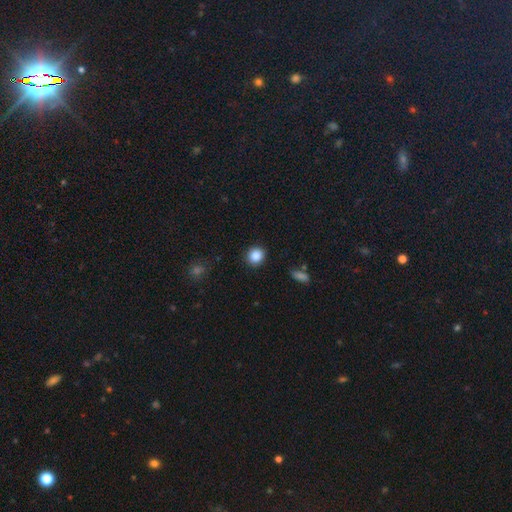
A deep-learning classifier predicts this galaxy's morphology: Overall: smooth (87%). How rounded: round (86%). Merging: none (90%).